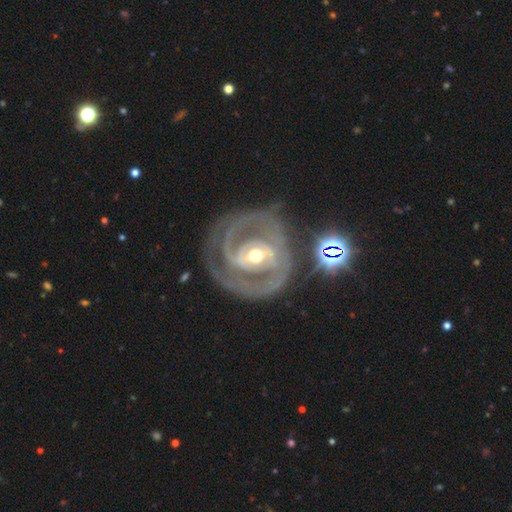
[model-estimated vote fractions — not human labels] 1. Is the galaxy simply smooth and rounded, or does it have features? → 89% featured or disk, 6% smooth, 5% star or artifact.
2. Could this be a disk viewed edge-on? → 97% no, 3% yes.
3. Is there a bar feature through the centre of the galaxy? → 39% strong, 37% weak, 24% no.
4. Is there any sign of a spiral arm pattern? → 92% yes, 8% no.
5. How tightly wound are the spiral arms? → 61% tight, 32% medium, 7% loose.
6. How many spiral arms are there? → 63% 2, 13% 3, 12% can't tell, 5% 1, 4% 4, 3% more than 4.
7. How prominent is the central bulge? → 70% moderate, 23% small, 6% large, 1% dominant, 1% none.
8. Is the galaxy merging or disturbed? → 68% none, 15% minor disturbance, 11% major disturbance, 6% merger.